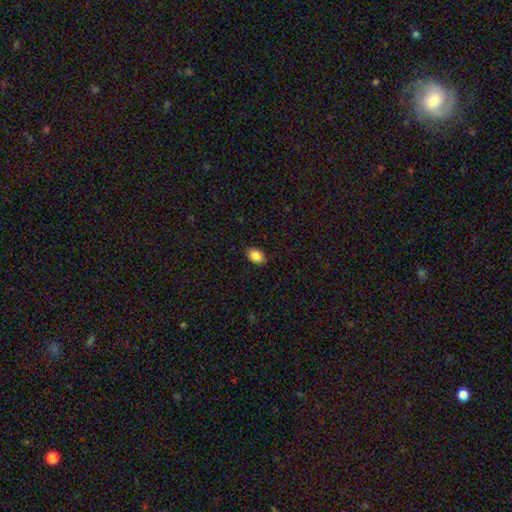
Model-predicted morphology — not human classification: smooth 86%, star or artifact 8%, featured or disk 6%. Down the decision tree: how rounded — in between (88%); merging — none (89%).